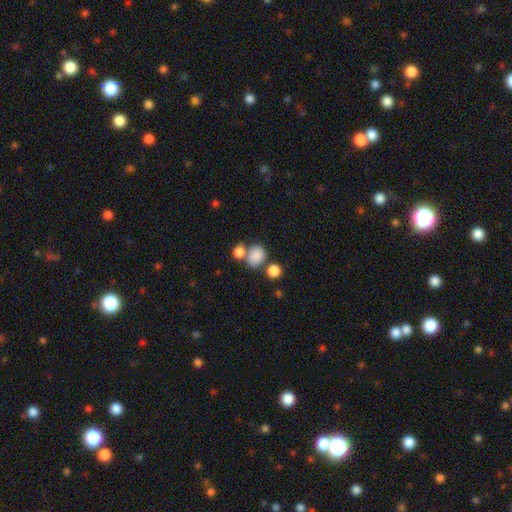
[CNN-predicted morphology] smooth_or_featured: smooth (p=0.84) [alt: star or artifact p=0.09]
how_rounded: round (p=0.58) [alt: in between p=0.41]
merging: none (p=0.49) [alt: merger p=0.35]